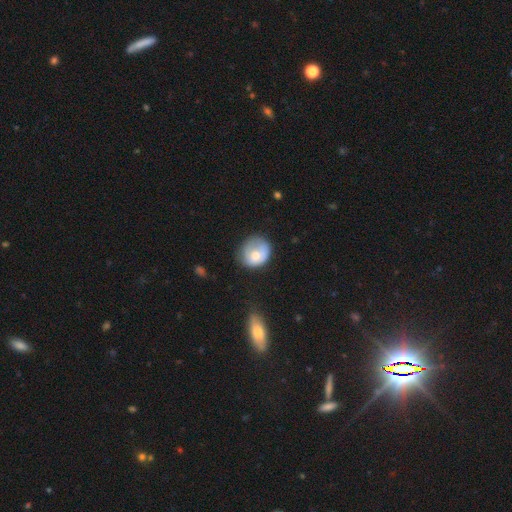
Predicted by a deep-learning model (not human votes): smooth-or-featured: smooth: 62% | featured or disk: 31% | star or artifact: 8%
  how-rounded: round: 69% | in between: 30% | cigar-shaped: 1%
  merging: none: 47% | minor disturbance: 33% | major disturbance: 16% | merger: 3%